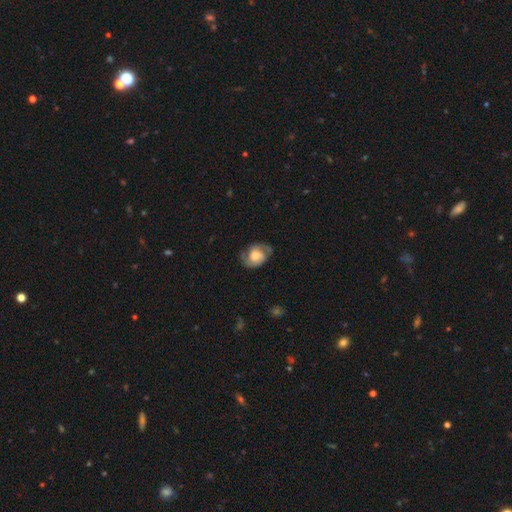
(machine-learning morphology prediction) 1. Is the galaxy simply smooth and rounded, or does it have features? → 72% featured or disk, 21% smooth, 7% star or artifact.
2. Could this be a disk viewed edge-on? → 97% no, 3% yes.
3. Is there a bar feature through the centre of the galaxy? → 65% no, 29% weak, 6% strong.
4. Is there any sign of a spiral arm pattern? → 91% yes, 9% no.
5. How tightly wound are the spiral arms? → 48% medium, 33% tight, 20% loose.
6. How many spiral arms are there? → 87% 2, 6% can't tell, 3% 1, 2% 3, 1% 4, 1% more than 4.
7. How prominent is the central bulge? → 39% large, 29% moderate, 14% small, 12% none, 6% dominant.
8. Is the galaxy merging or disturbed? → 70% none, 20% minor disturbance, 9% major disturbance, 1% merger.